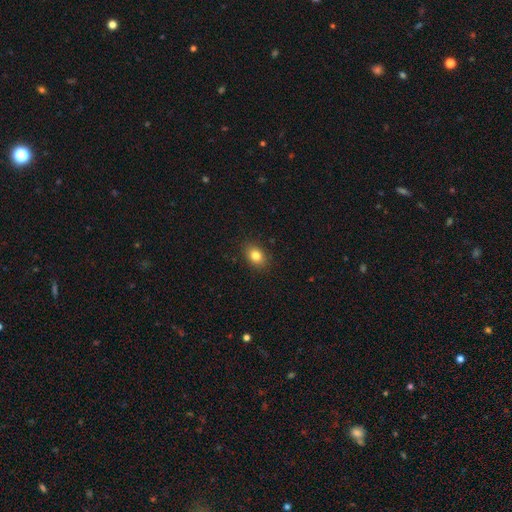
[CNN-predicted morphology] Q: Smooth or featured?
A: smooth (82%); runner-up: star or artifact (10%)
Q: How rounded?
A: in between (66%); runner-up: round (33%)
Q: Merging?
A: none (89%); runner-up: minor disturbance (8%)